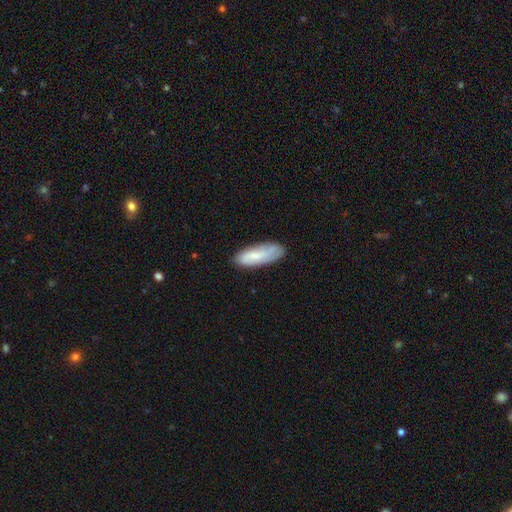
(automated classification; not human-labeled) smooth-or-featured: smooth: 61% | featured or disk: 33% | star or artifact: 7%
  how-rounded: in between: 69% | cigar-shaped: 29% | round: 2%
  merging: none: 75% | minor disturbance: 19% | major disturbance: 4% | merger: 2%